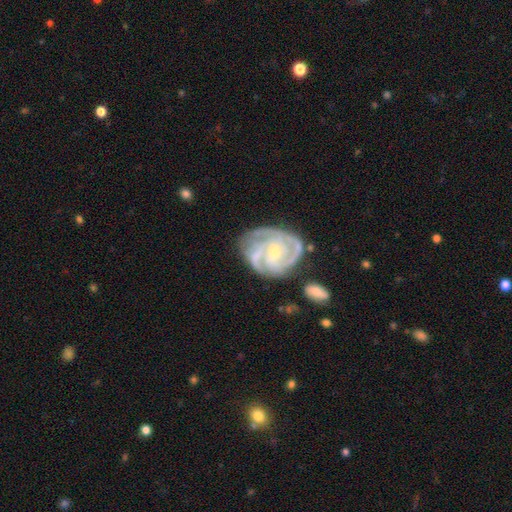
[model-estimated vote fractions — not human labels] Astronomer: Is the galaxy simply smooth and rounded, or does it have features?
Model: featured or disk — 85%.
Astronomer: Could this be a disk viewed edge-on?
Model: no — 98%.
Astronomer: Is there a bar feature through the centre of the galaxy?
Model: weak — 46% (runner-up: no, 40%).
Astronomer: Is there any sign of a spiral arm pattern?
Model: yes — 94%.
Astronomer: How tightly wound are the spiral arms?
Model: tight — 54% (runner-up: medium, 38%).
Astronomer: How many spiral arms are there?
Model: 3 — 38% (runner-up: can't tell, 20%).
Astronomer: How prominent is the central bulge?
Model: small — 66%.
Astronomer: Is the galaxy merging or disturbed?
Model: none — 55%.